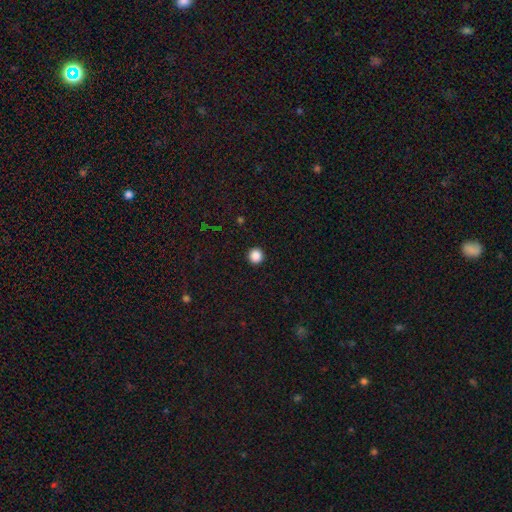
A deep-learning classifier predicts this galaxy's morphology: type=smooth (87%); roundness=round (95%); merging=none (93%).